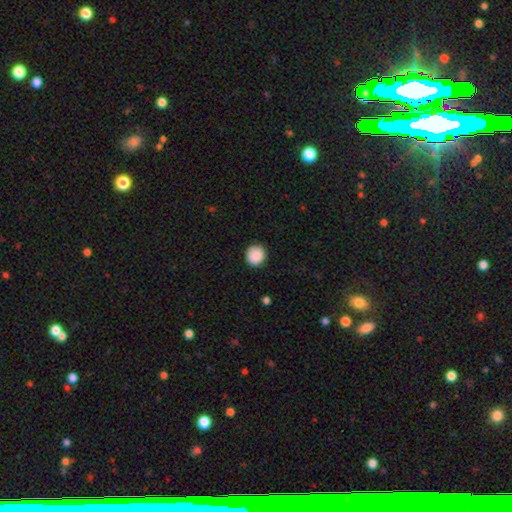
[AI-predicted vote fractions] Smooth or featured: smooth — 89% (star or artifact — 8%)
How rounded: round — 93% (in between — 6%)
Merging: none — 91% (minor disturbance — 6%)